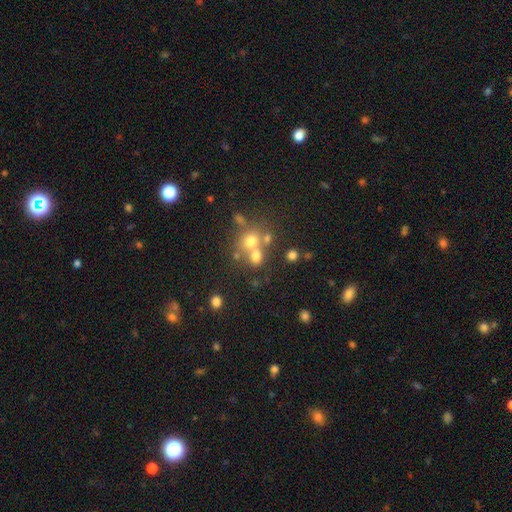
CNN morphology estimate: Smooth or featured?
  - smooth: 64% *
  - star or artifact: 19%
  - featured or disk: 17%
How rounded?
  - round: 74% *
  - in between: 24%
  - cigar-shaped: 1%
Merging?
  - none: 44% *
  - merger: 42%
  - minor disturbance: 9%
  - major disturbance: 5%